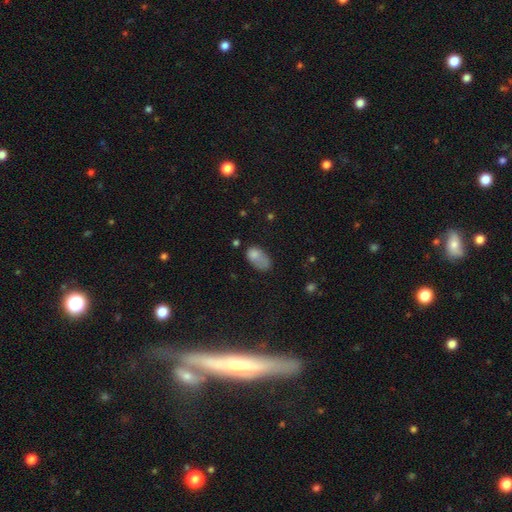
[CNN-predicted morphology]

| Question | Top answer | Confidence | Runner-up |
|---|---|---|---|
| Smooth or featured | smooth | 76% | featured or disk (14%) |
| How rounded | in between | 89% | round (10%) |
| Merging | minor disturbance | 33% | major disturbance (30%) |